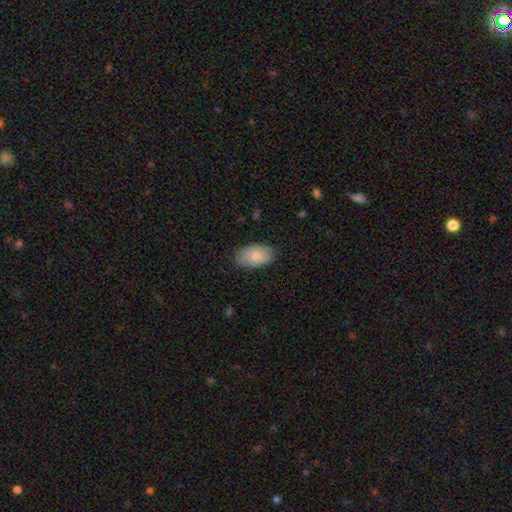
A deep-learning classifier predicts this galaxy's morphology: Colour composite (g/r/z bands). It shows a smooth galaxy with no disk features (80%) that is in between round and cigar-shaped (93%). Merging: none (81%).